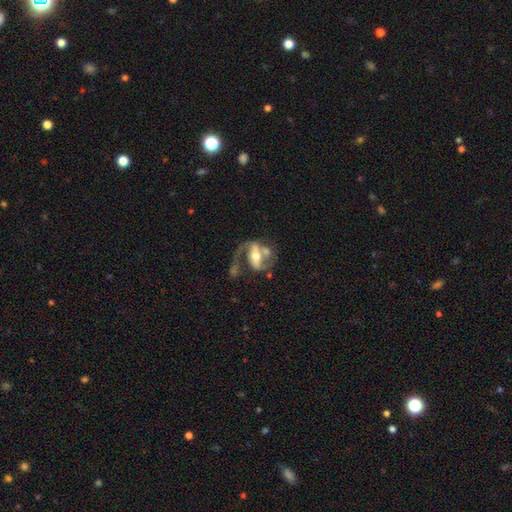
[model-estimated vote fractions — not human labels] Morphology: type=featured or disk (83%); edge-on=no (95%); bar=strong (53%); spiral arms=yes (89%); winding=loose (45%); arm count=2 (69%); bulge=moderate (64%); merging=none (39%).